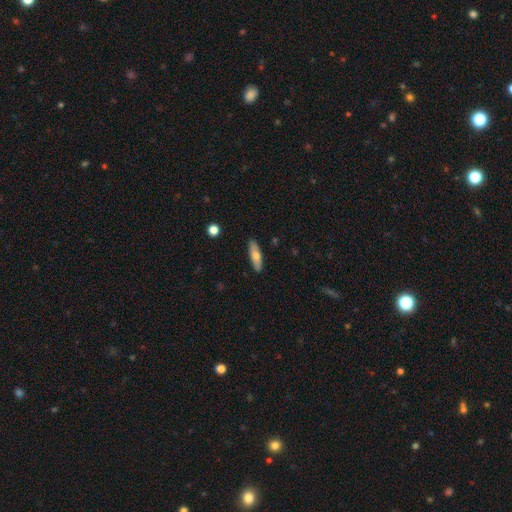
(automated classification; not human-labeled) smooth-or-featured: smooth: 66% | featured or disk: 28% | star or artifact: 6%
  how-rounded: cigar-shaped: 63% | in between: 34% | round: 2%
  merging: none: 89% | minor disturbance: 8% | major disturbance: 2% | merger: 1%